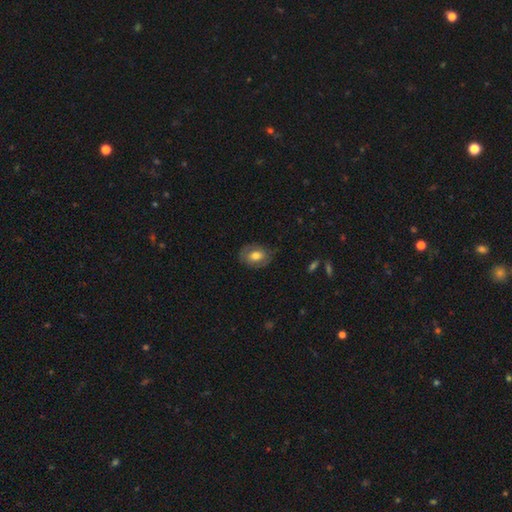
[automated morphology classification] Q: Smooth or featured?
A: smooth (64%); runner-up: featured or disk (29%)
Q: How rounded?
A: in between (65%); runner-up: round (33%)
Q: Merging?
A: none (72%); runner-up: minor disturbance (20%)